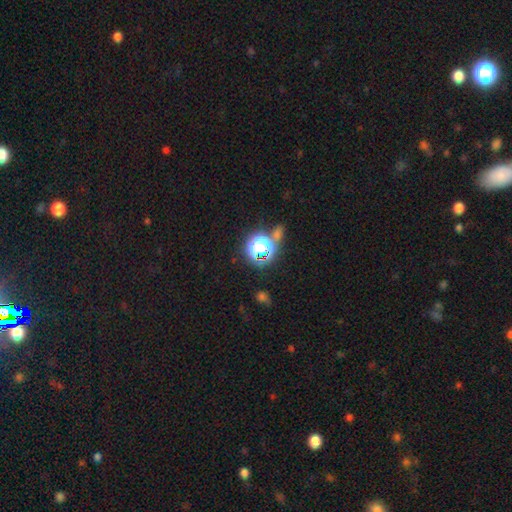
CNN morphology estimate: A star or artifact, not a galaxy (74%).

Vote fractions:
- Smooth or featured? star or artifact: 74% / smooth: 19% / featured or disk: 7%